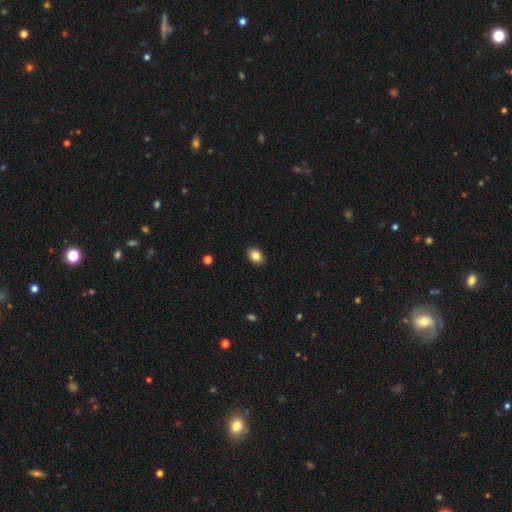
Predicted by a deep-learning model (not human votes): Smooth or featured?
  - smooth: 84% *
  - star or artifact: 9%
  - featured or disk: 7%
How rounded?
  - in between: 68% *
  - round: 31%
  - cigar-shaped: 1%
Merging?
  - none: 91% *
  - minor disturbance: 7%
  - major disturbance: 2%
  - merger: 1%